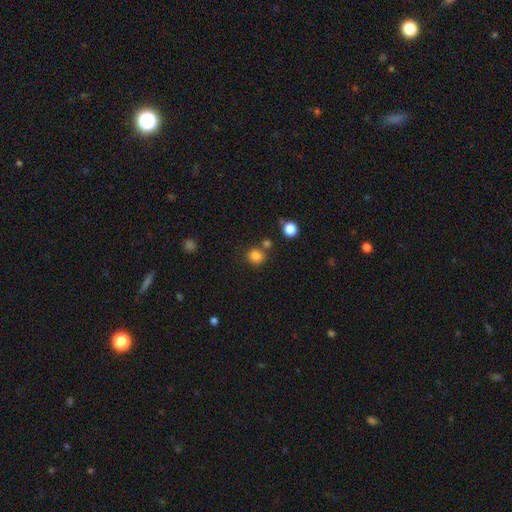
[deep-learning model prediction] Smooth or featured: smooth — 83% (star or artifact — 13%)
How rounded: round — 85% (in between — 15%)
Merging: none — 73% (merger — 15%)